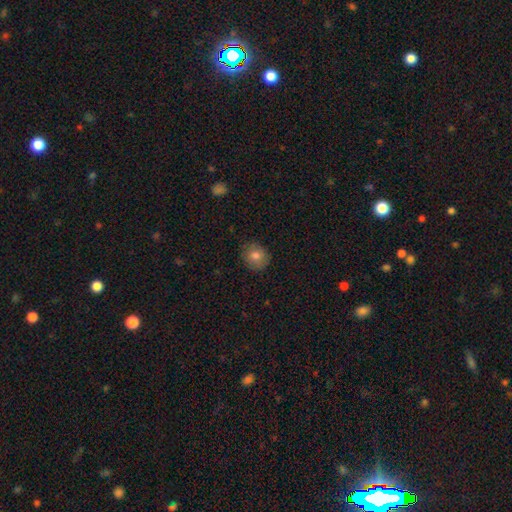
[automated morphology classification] Smooth or featured? Predicted: smooth (p=0.79). How rounded? Predicted: round (p=0.80). Merging? Predicted: none (p=0.85).